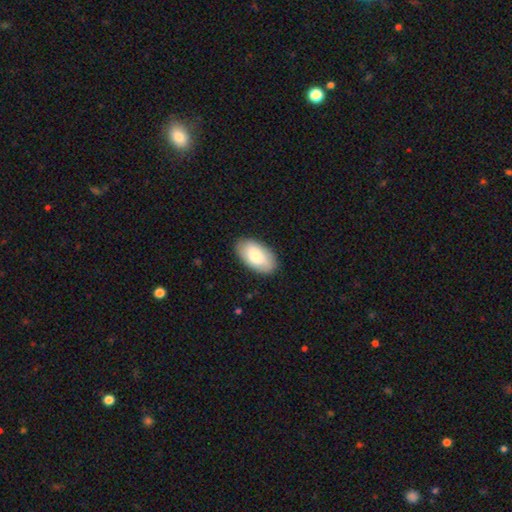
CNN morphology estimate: A smooth galaxy with no disk features (79%) that is in between round and cigar-shaped (95%).

Vote fractions:
- Smooth or featured? smooth: 79% / featured or disk: 15% / star or artifact: 5%
- How rounded? in between: 95% / round: 3% / cigar-shaped: 2%
- Merging? none: 87% / minor disturbance: 10% / major disturbance: 2% / merger: 1%